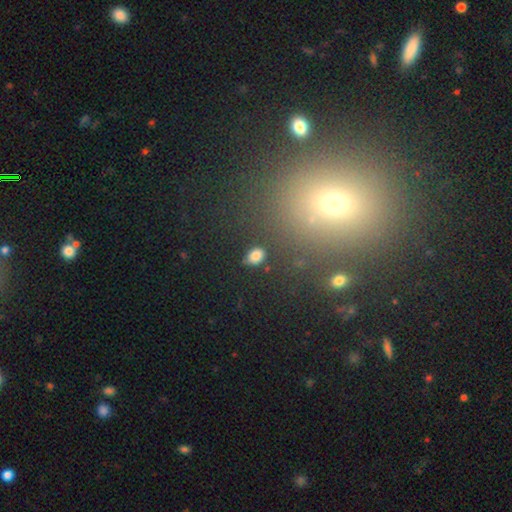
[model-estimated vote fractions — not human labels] A smooth galaxy with no disk features (80%) that is in between round and cigar-shaped (72%).

Vote fractions:
- Smooth or featured? smooth: 80% / star or artifact: 14% / featured or disk: 6%
- How rounded? in between: 72% / round: 26% / cigar-shaped: 2%
- Merging? none: 82% / minor disturbance: 11% / major disturbance: 4% / merger: 3%